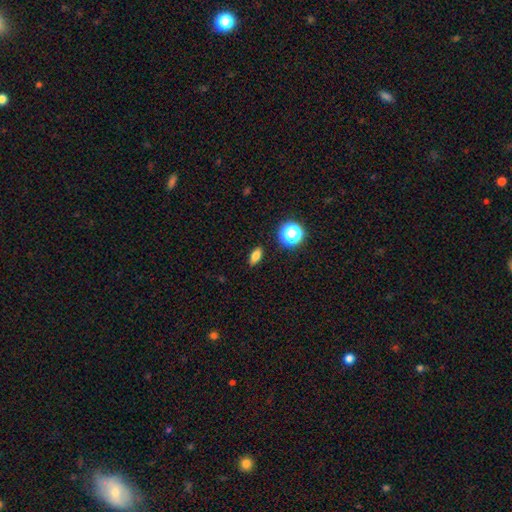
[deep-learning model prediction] Smooth or featured: smooth — 78% (star or artifact — 14%)
How rounded: in between — 75% (round — 13%)
Merging: none — 88% (minor disturbance — 8%)